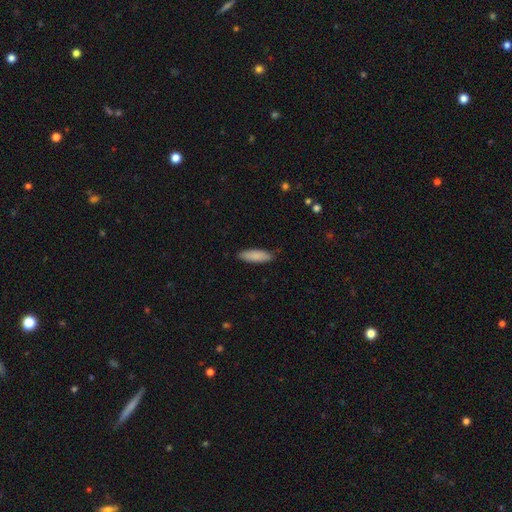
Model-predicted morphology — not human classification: smooth 87%, featured or disk 8%, star or artifact 6%. Down the decision tree: how rounded — cigar-shaped (55%); merging — none (86%).